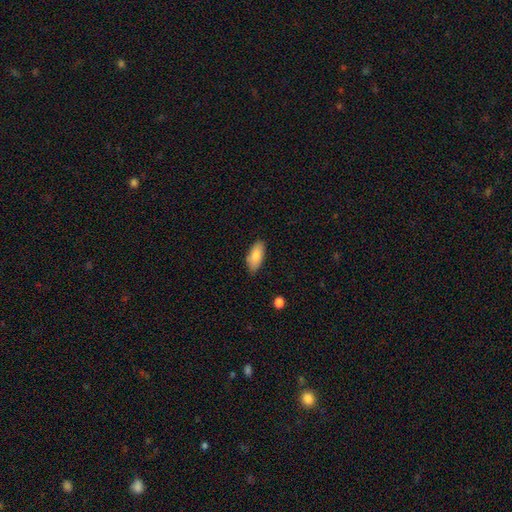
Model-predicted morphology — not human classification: smooth-or-featured: smooth: 84% | featured or disk: 10% | star or artifact: 6%
  how-rounded: in between: 87% | cigar-shaped: 12% | round: 2%
  merging: none: 83% | minor disturbance: 13% | major disturbance: 2% | merger: 1%